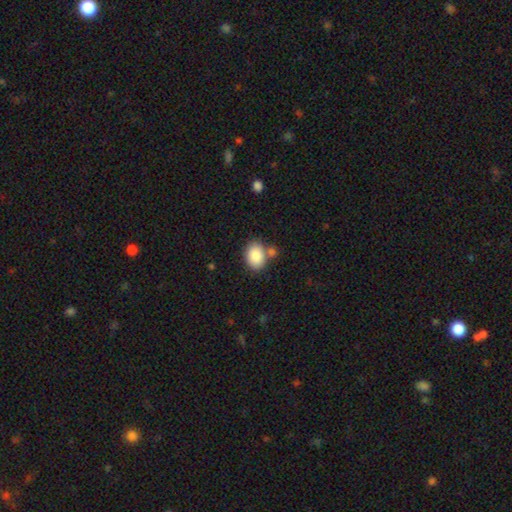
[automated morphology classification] smooth 86%, star or artifact 7%, featured or disk 6%. Down the decision tree: how rounded — in between (75%); merging — none (67%).